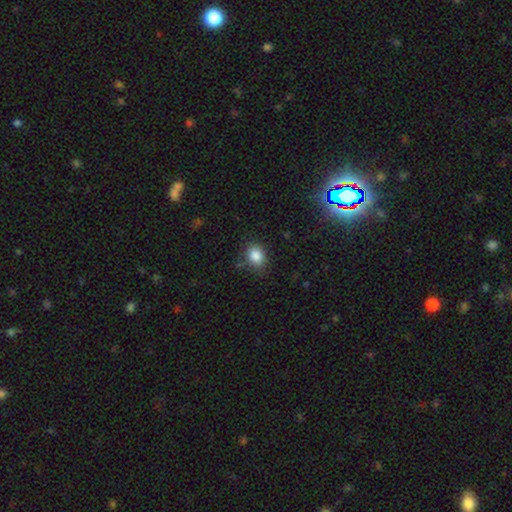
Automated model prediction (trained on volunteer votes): smooth_or_featured: smooth (p=0.85) [alt: star or artifact p=0.10]
how_rounded: in between (p=0.51) [alt: round p=0.48]
merging: none (p=0.78) [alt: minor disturbance p=0.15]